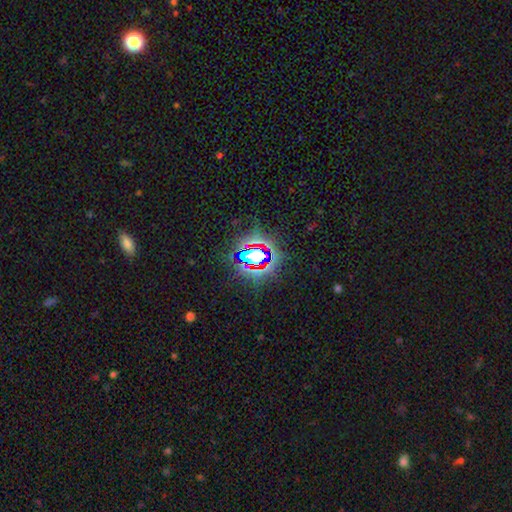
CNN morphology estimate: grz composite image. It shows a star or artifact, not a galaxy (76%).